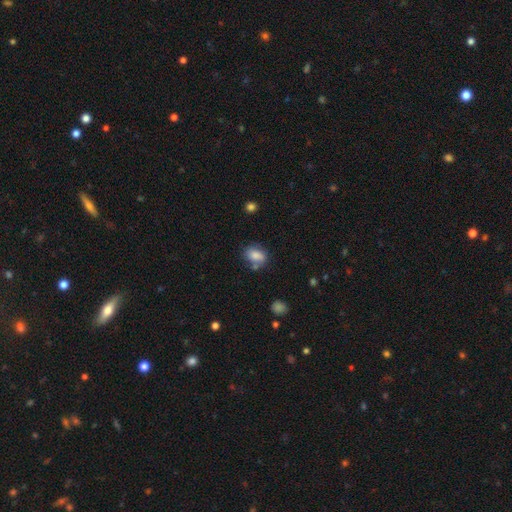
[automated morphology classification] Smooth or featured: smooth — 81% (featured or disk — 10%)
How rounded: in between — 72% (round — 27%)
Merging: none — 60% (minor disturbance — 21%)